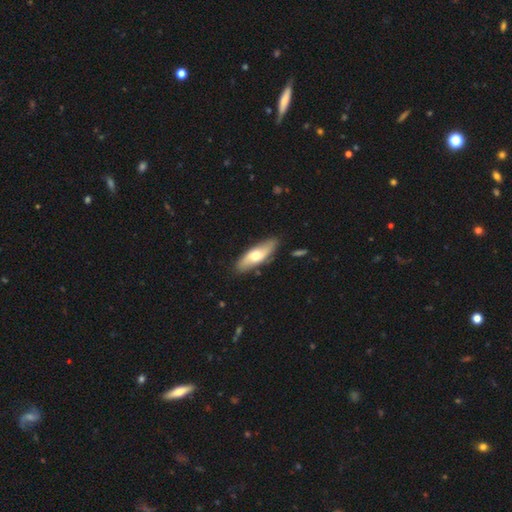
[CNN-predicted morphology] smooth_or_featured: smooth (p=0.56) [alt: featured or disk p=0.38]
how_rounded: in between (p=0.59) [alt: cigar-shaped p=0.39]
merging: none (p=0.83) [alt: minor disturbance p=0.13]